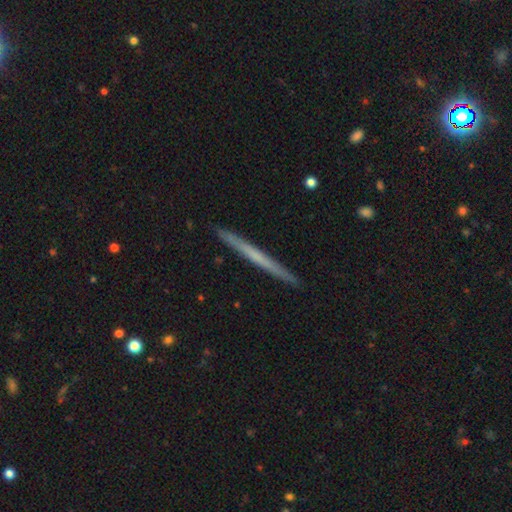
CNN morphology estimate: type=featured or disk (52%); edge-on=yes (98%); edge-on bulge=none (86%); merging=none (92%).